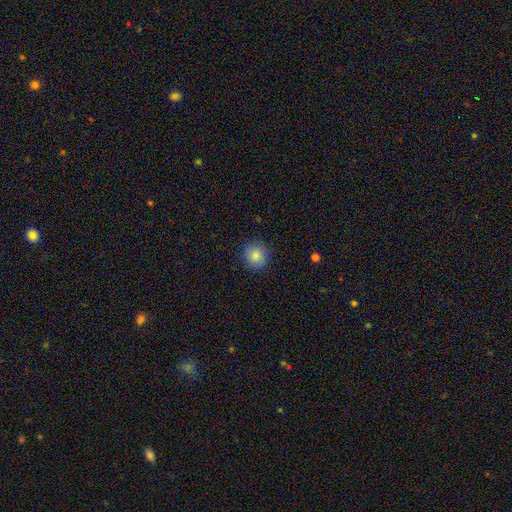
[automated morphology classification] Overall: smooth (86%). How rounded: round (89%). Merging: none (89%).